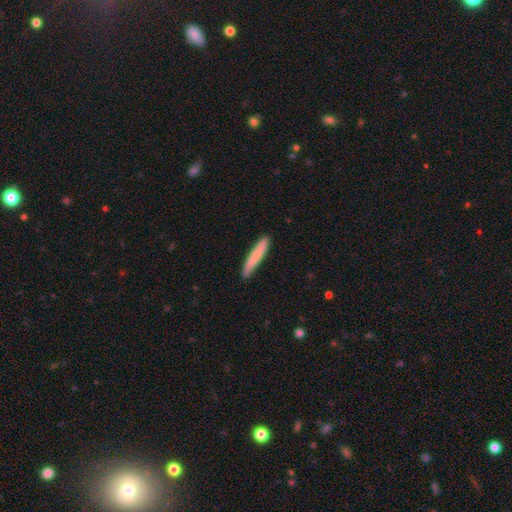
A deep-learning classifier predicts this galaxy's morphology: smooth-or-featured: smooth: 79% | featured or disk: 16% | star or artifact: 5%
  how-rounded: cigar-shaped: 94% | in between: 5% | round: 1%
  merging: none: 88% | minor disturbance: 10% | major disturbance: 2% | merger: 1%